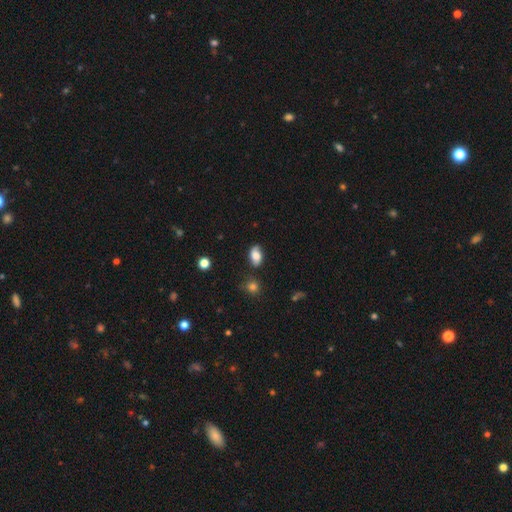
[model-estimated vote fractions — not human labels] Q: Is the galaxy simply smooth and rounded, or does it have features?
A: smooth — 72%.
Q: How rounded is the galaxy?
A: in between — 88%.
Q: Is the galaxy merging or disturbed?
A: none — 68%.